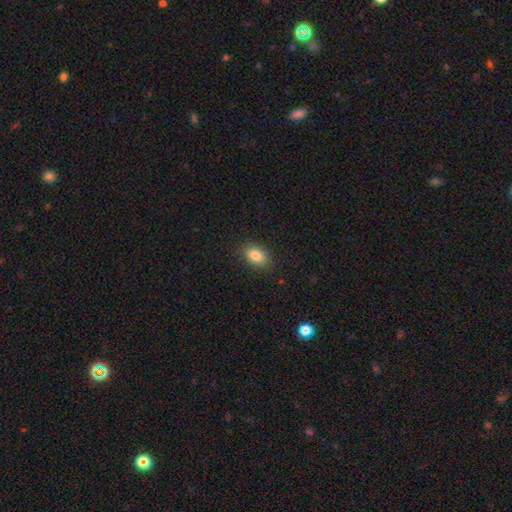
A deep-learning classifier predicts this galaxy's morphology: This appears to be a smooth galaxy with no disk features (84%) that is in between round and cigar-shaped (83%). Merging: none (88%).